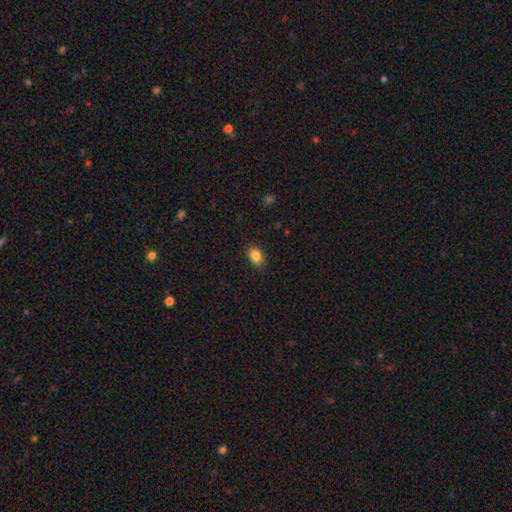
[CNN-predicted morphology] Q: Smooth or featured?
A: smooth (85%); runner-up: star or artifact (9%)
Q: How rounded?
A: in between (81%); runner-up: round (18%)
Q: Merging?
A: none (88%); runner-up: minor disturbance (9%)